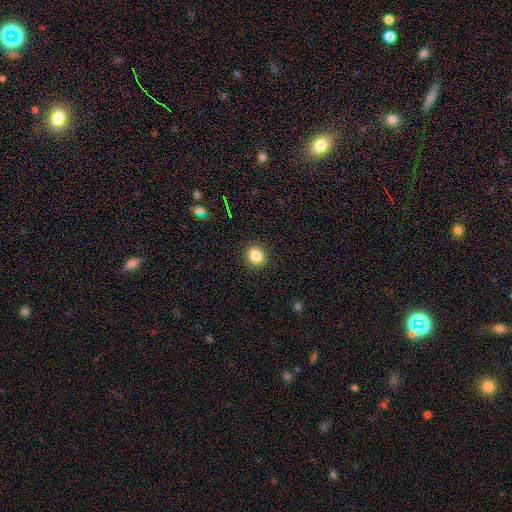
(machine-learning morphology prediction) A smooth galaxy with no disk features (84%) that is round (74%). Merging: none (90%).